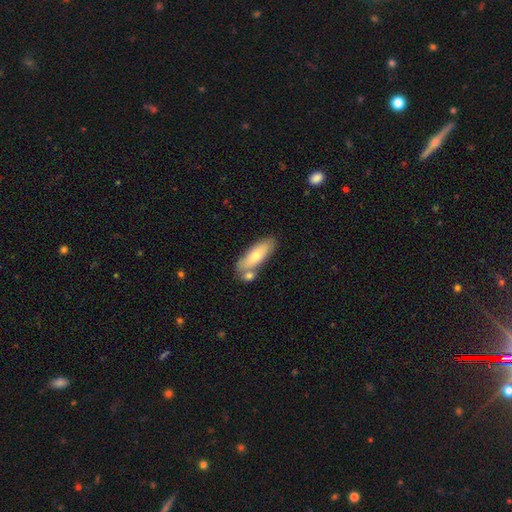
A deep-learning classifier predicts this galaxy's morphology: Q: Smooth or featured?
A: smooth (65%); runner-up: featured or disk (29%)
Q: How rounded?
A: in between (56%); runner-up: cigar-shaped (41%)
Q: Merging?
A: none (68%); runner-up: merger (17%)